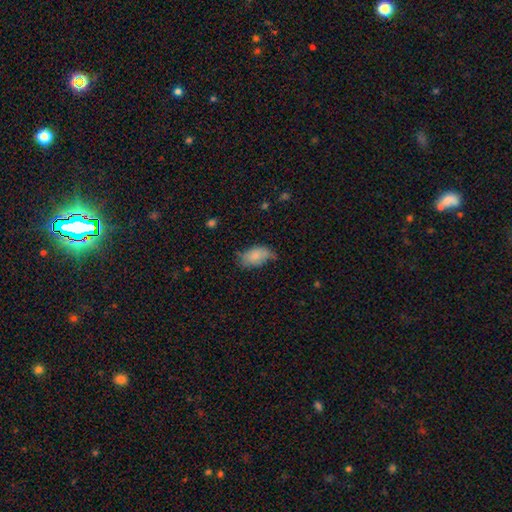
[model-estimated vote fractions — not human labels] Smooth or featured? smooth (81%)
How rounded? in between (93%)
Merging? none (49%)